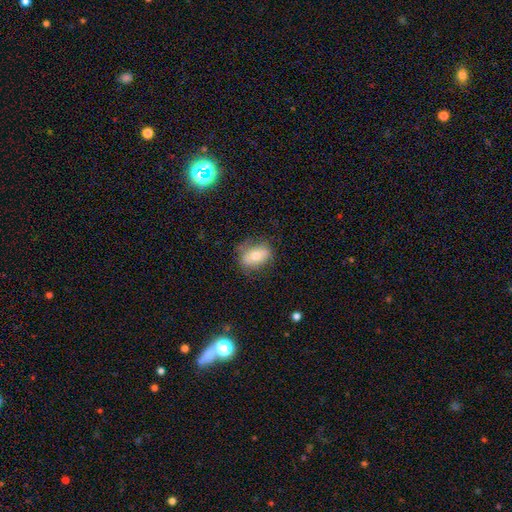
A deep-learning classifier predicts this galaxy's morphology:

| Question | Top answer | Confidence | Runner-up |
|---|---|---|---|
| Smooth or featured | smooth | 68% | featured or disk (22%) |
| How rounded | in between | 82% | round (15%) |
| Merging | none | 71% | minor disturbance (21%) |